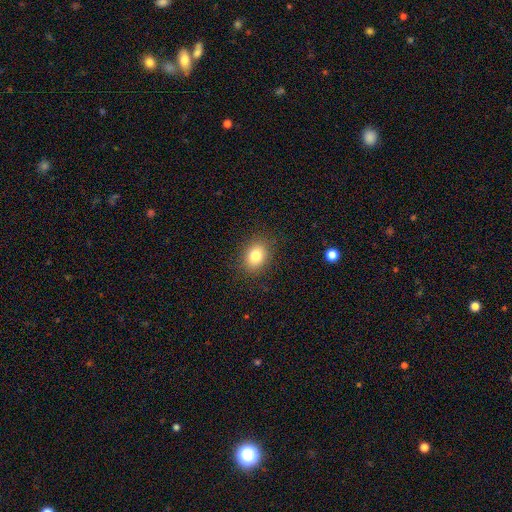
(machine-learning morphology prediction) Overall: smooth (81%). How rounded: in between (60%; round 39%). Merging: none (88%).